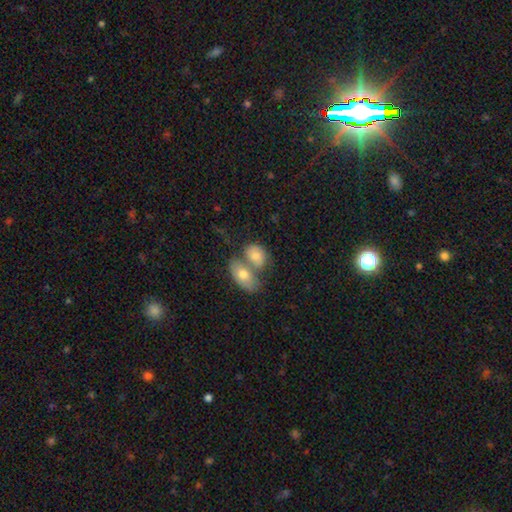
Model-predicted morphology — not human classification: Smooth or featured? Predicted: smooth (p=0.73). How rounded? Predicted: in between (p=0.79). Merging? Predicted: merger (p=0.63).